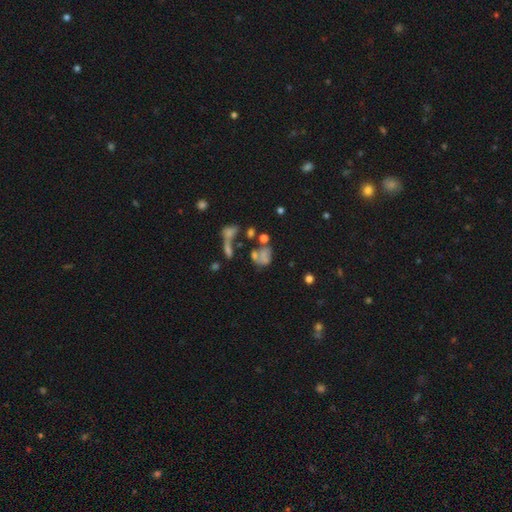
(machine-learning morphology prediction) Overall: star or artifact (42%; featured or disk 30%).